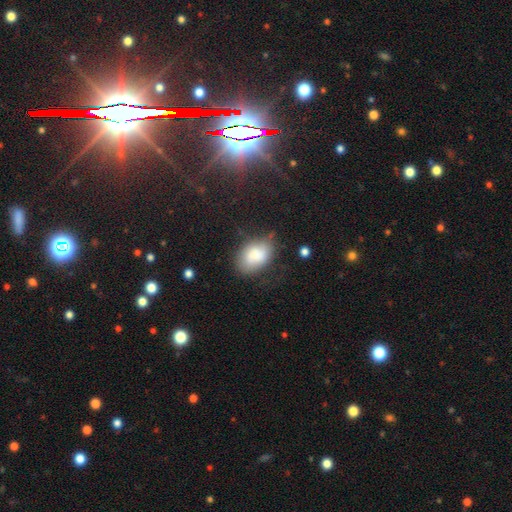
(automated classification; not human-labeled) Smooth or featured: smooth — 79% (featured or disk — 13%)
How rounded: in between — 82% (round — 17%)
Merging: none — 57% (minor disturbance — 29%)